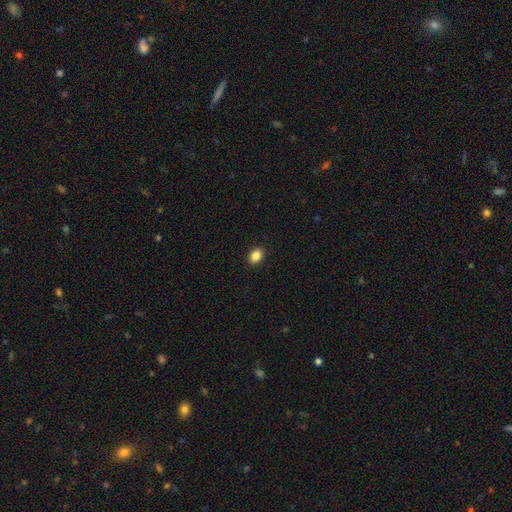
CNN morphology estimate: smooth-or-featured: smooth: 87% | star or artifact: 9% | featured or disk: 4%
  how-rounded: in between: 74% | round: 25% | cigar-shaped: 1%
  merging: none: 91% | minor disturbance: 7% | major disturbance: 2% | merger: 1%